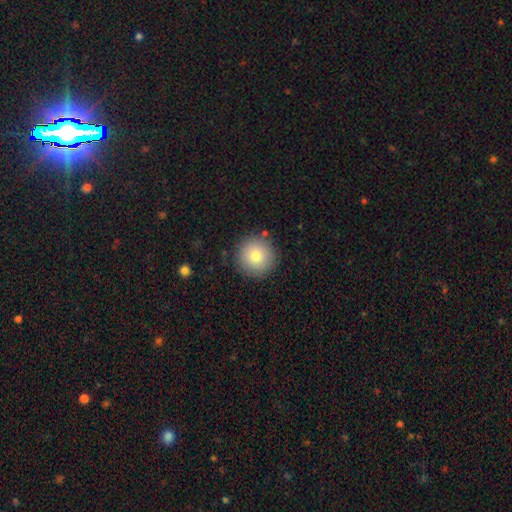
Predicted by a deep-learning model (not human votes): smooth-or-featured: smooth: 80% | featured or disk: 11% | star or artifact: 10%
  how-rounded: round: 96% | in between: 3% | cigar-shaped: 1%
  merging: none: 88% | minor disturbance: 7% | major disturbance: 2% | merger: 2%